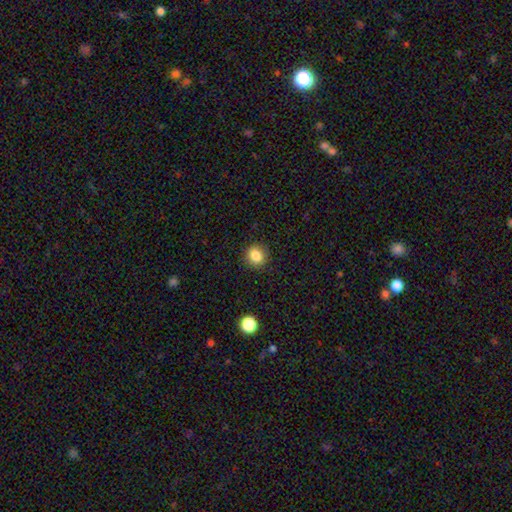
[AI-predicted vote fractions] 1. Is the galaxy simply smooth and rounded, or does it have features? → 84% smooth, 11% star or artifact, 5% featured or disk.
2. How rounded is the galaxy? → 70% round, 29% in between, 1% cigar-shaped.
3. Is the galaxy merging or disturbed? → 89% none, 8% minor disturbance, 2% major disturbance, 1% merger.